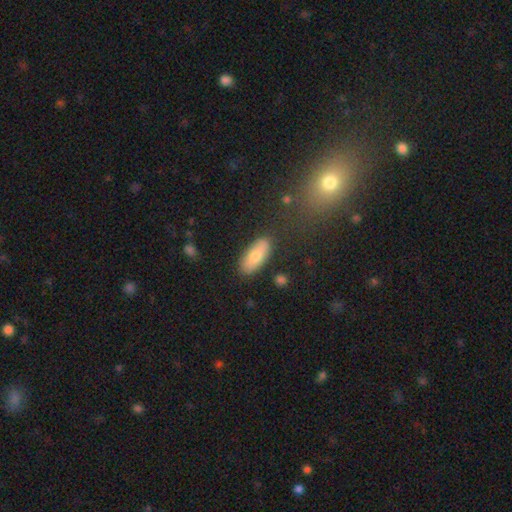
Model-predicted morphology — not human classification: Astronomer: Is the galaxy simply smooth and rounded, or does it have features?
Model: smooth — 75%.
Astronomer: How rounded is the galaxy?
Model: in between — 82%.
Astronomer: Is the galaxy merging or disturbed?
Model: none — 82%.